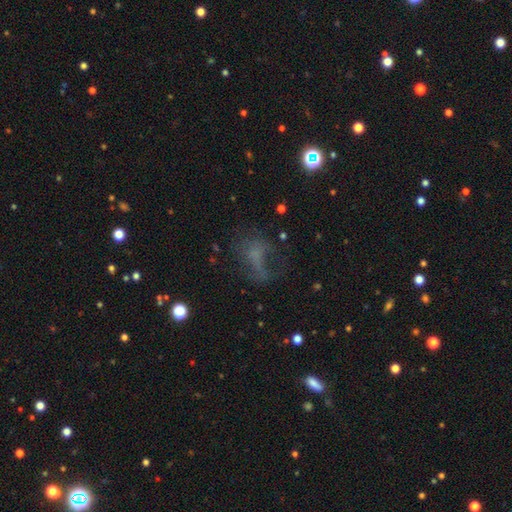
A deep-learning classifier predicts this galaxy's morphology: A smooth galaxy with no disk features (38%).

Vote fractions:
- Smooth or featured? smooth: 38% / featured or disk: 33% / star or artifact: 29%
- Merging? major disturbance: 38% (tied) / none: 38% (tied) / minor disturbance: 19% / merger: 4%